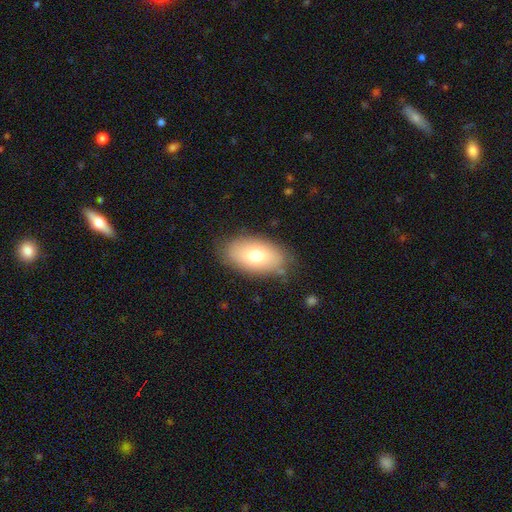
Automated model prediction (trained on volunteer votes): Q: Smooth or featured?
A: smooth (72%); runner-up: featured or disk (20%)
Q: How rounded?
A: in between (92%); runner-up: round (6%)
Q: Merging?
A: none (80%); runner-up: minor disturbance (14%)